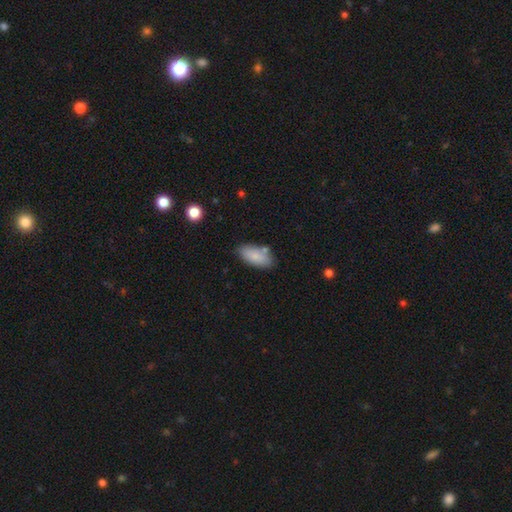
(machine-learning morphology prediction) Q: Smooth or featured?
A: smooth (85%); runner-up: featured or disk (9%)
Q: How rounded?
A: in between (89%); runner-up: cigar-shaped (8%)
Q: Merging?
A: none (76%); runner-up: minor disturbance (15%)